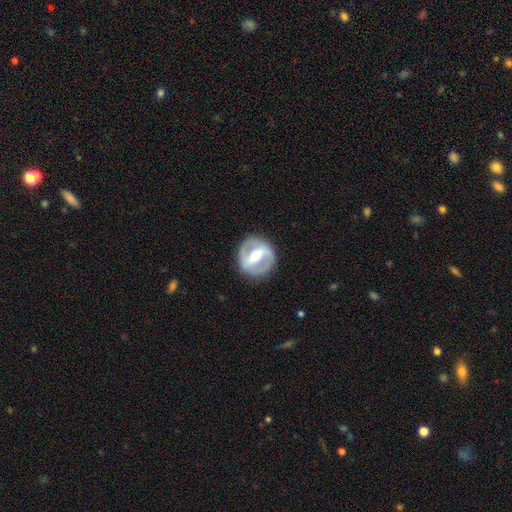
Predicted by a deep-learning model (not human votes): A featured or disk galaxy (78%) with a strong bar (70%), spiral arms (57%) and a moderate central bulge (67%). Merging: none (86%).